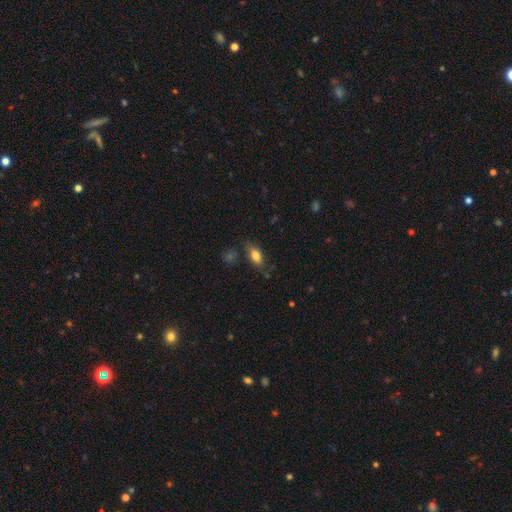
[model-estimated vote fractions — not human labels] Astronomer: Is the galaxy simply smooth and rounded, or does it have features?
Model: smooth — 80%.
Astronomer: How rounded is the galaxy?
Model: in between — 85%.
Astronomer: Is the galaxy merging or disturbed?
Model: none — 70%.